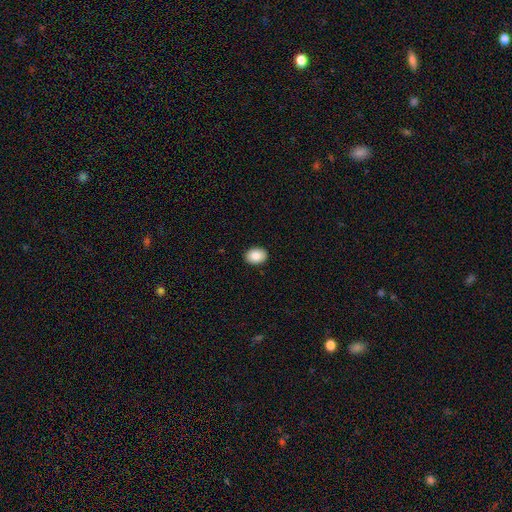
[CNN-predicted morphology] This appears to be a smooth galaxy with no disk features (87%) that is in between round and cigar-shaped (74%). Merging: none (91%).